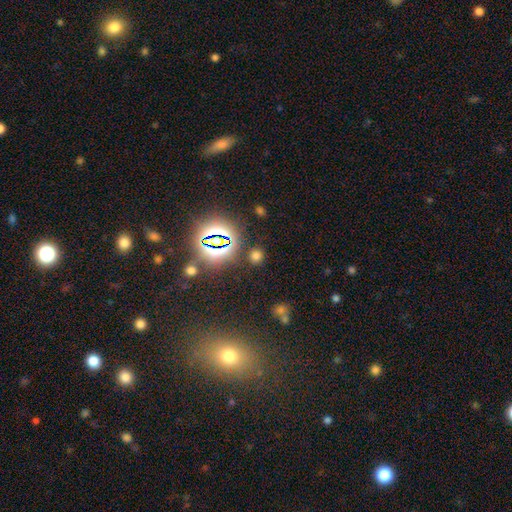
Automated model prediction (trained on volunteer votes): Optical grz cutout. It shows a smooth galaxy with no disk features (59%) that is round (81%). Merging: none (84%).